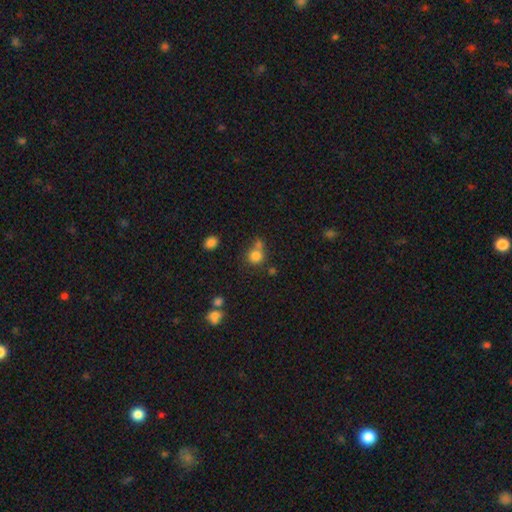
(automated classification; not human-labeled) Smooth or featured?
  - smooth: 79% *
  - star or artifact: 13%
  - featured or disk: 7%
How rounded?
  - round: 85% *
  - in between: 14%
  - cigar-shaped: 1%
Merging?
  - none: 52% *
  - merger: 33%
  - minor disturbance: 10%
  - major disturbance: 4%